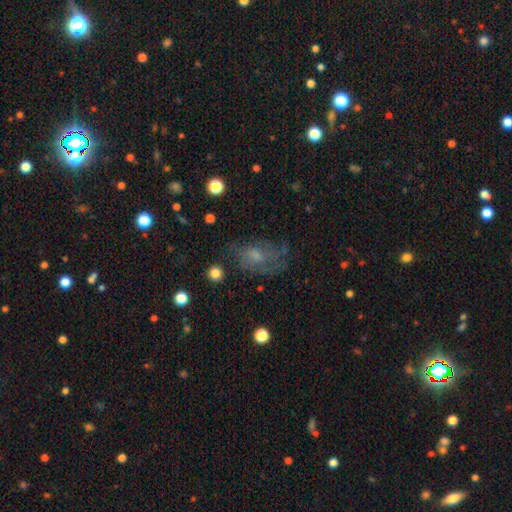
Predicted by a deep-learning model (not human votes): Smooth or featured? smooth (42%, tied with featured or disk)
Merging? none (54%)